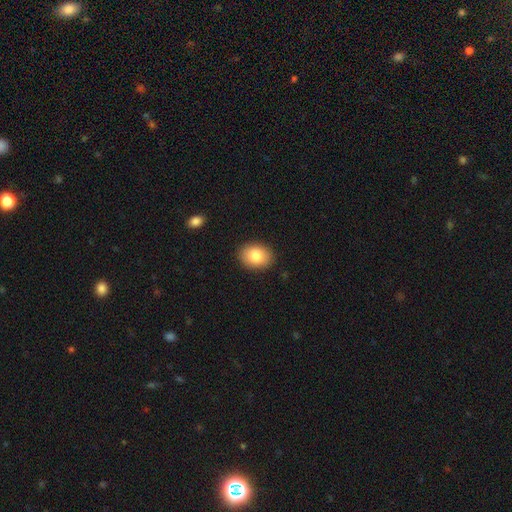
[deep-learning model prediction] Morphology: type=smooth (84%); roundness=in between (67%); merging=none (89%).